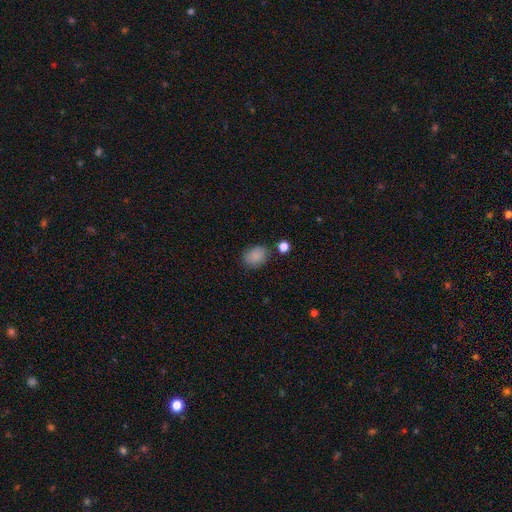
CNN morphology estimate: smooth_or_featured: smooth (p=0.87) [alt: star or artifact p=0.09]
how_rounded: in between (p=0.59) [alt: round p=0.40]
merging: none (p=0.78) [alt: minor disturbance p=0.14]